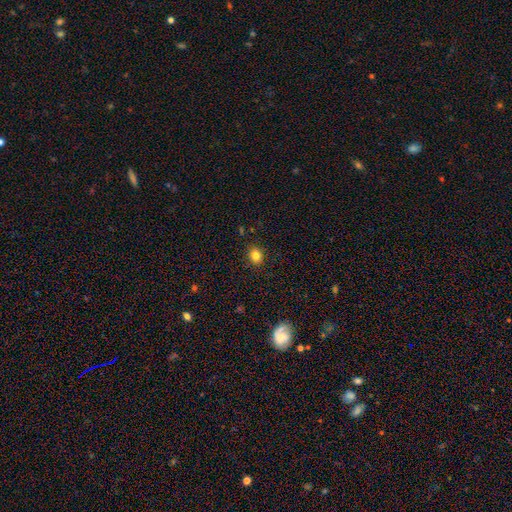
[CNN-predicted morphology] smooth 81%, star or artifact 13%, featured or disk 6%. Down the decision tree: how rounded — round (67%); merging — none (89%).